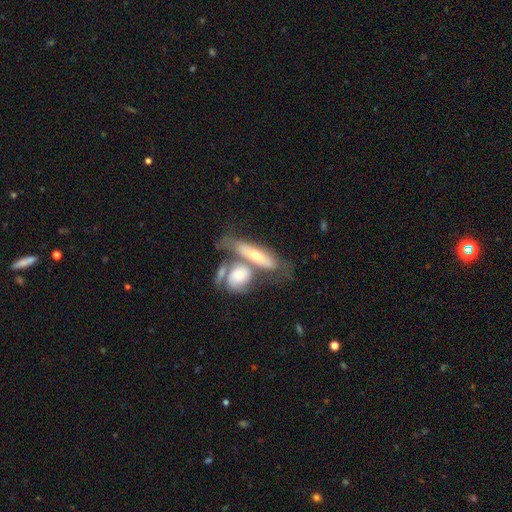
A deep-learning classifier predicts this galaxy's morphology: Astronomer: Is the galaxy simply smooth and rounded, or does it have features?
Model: star or artifact — 58%.